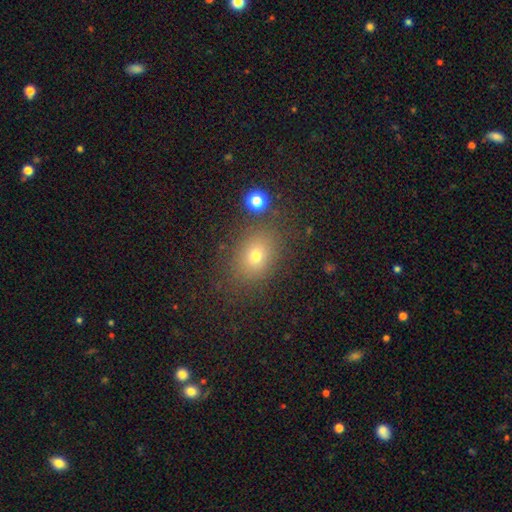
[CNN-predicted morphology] A smooth galaxy with no disk features (69%) that is in between round and cigar-shaped (60%).

Vote fractions:
- Smooth or featured? smooth: 69% / star or artifact: 18% / featured or disk: 13%
- How rounded? in between: 60% / round: 39% / cigar-shaped: 1%
- Merging? none: 82% / minor disturbance: 10% / major disturbance: 4% / merger: 4%